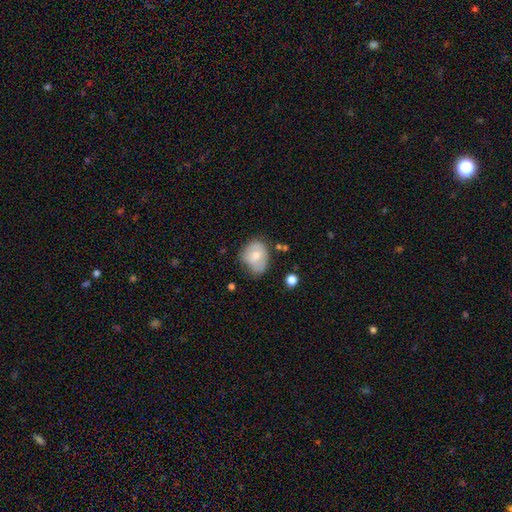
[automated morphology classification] Smooth or featured?
  - smooth: 65% *
  - featured or disk: 28%
  - star or artifact: 7%
How rounded?
  - in between: 52% *
  - round: 48%
  - cigar-shaped: 1%
Merging?
  - none: 52% *
  - minor disturbance: 35%
  - major disturbance: 10%
  - merger: 4%